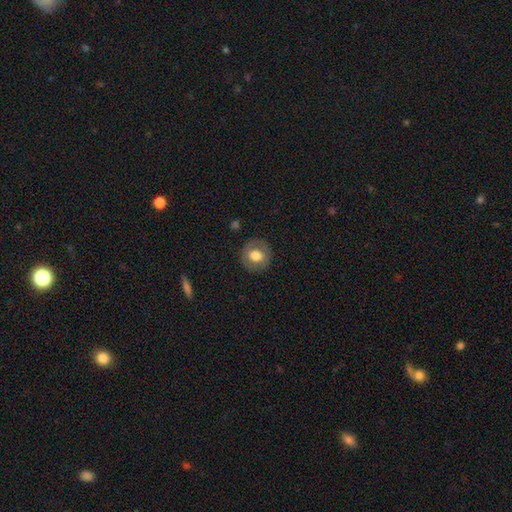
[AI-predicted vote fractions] smooth 67%, featured or disk 25%, star or artifact 8%. Down the decision tree: how rounded — round (87%); merging — none (86%).